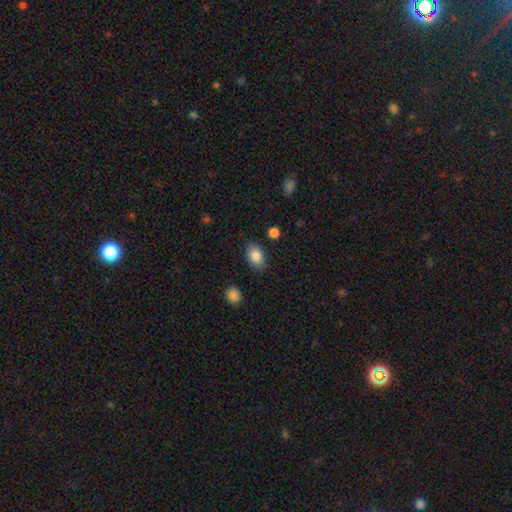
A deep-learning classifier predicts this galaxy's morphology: Smooth or featured? smooth (86%)
How rounded? in between (84%)
Merging? none (85%)